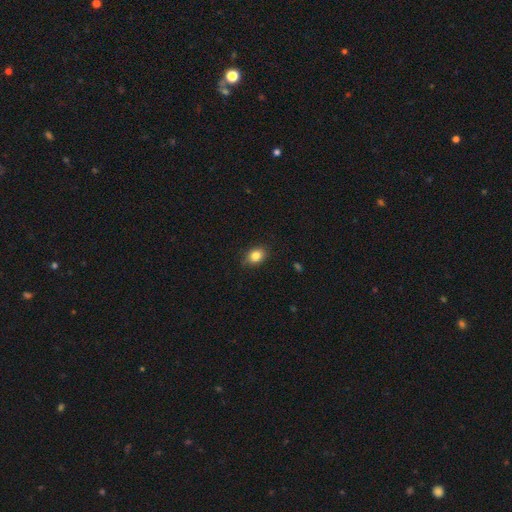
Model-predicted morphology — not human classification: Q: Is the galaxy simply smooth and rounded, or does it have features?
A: smooth — 84%.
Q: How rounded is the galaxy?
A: in between — 64%.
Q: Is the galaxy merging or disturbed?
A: none — 82%.